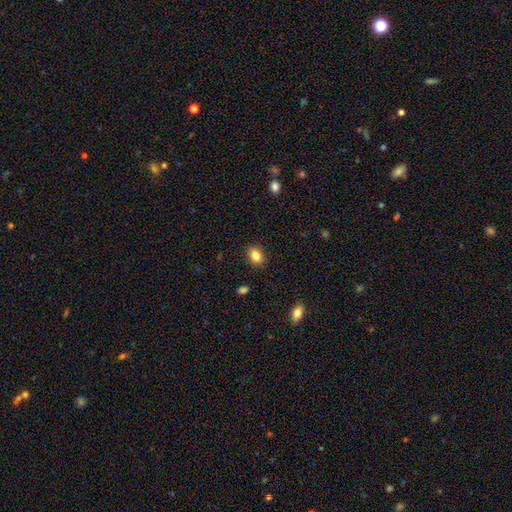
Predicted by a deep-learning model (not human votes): Morphology: type=smooth (85%); roundness=in between (75%); merging=none (88%).